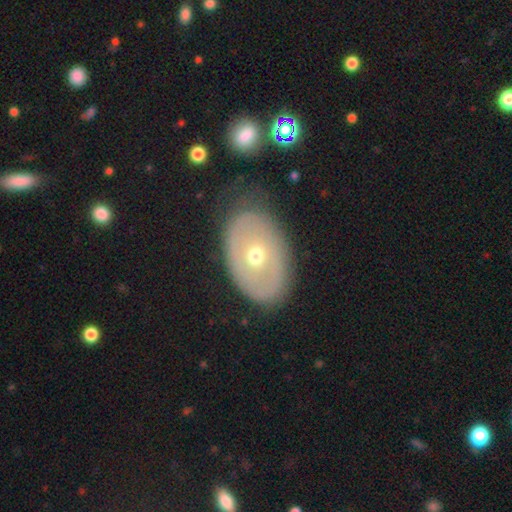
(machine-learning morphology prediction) type=featured or disk (56%); edge-on=no (91%); bar=no (87%); spiral arms=no (75%); bulge=moderate (54%); merging=none (78%).